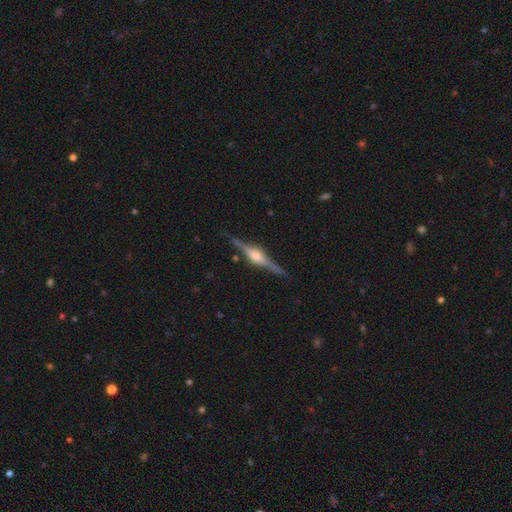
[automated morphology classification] Overall: featured or disk (87%). Edge-on disk: yes (98%). Edge-on bulge: rounded (85%). Merging: none (89%).